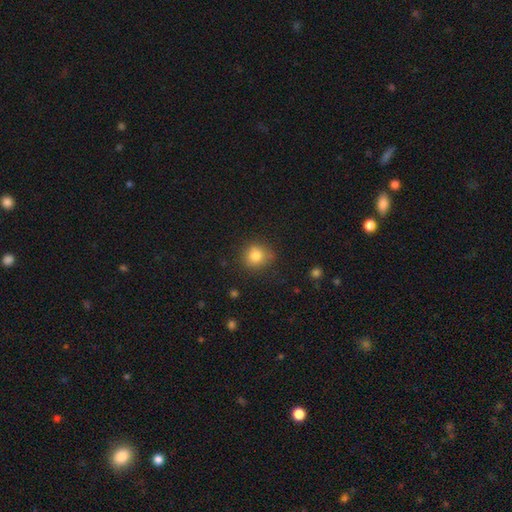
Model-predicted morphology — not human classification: Smooth or featured: smooth — 82% (star or artifact — 11%)
How rounded: round — 86% (in between — 13%)
Merging: none — 79% (minor disturbance — 15%)